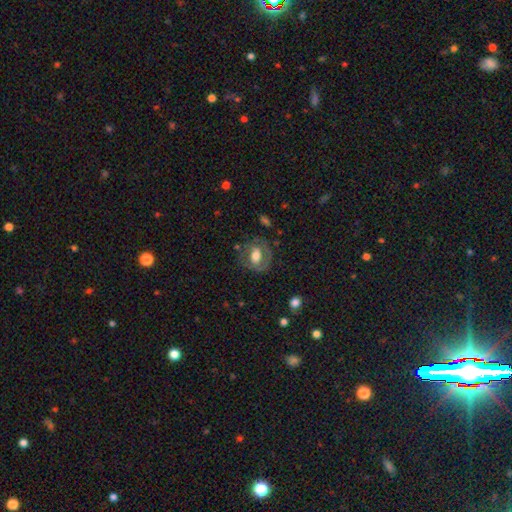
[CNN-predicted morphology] A featured or disk galaxy (55%) with no bar (44%), spiral arms (56%) and a moderate central bulge (58%).

Vote fractions:
- Smooth or featured? featured or disk: 55% / smooth: 38% / star or artifact: 8%
- Edge-on disk? no: 95% / yes: 5%
- Bar? no: 44% / weak: 36% / strong: 20%
- Spiral arms? yes: 56% / no: 44%
- Bulge size? moderate: 58% / large: 28% / small: 10% / dominant: 2% / none: 2%
- Merging? none: 65% / minor disturbance: 20% / major disturbance: 13% / merger: 2%